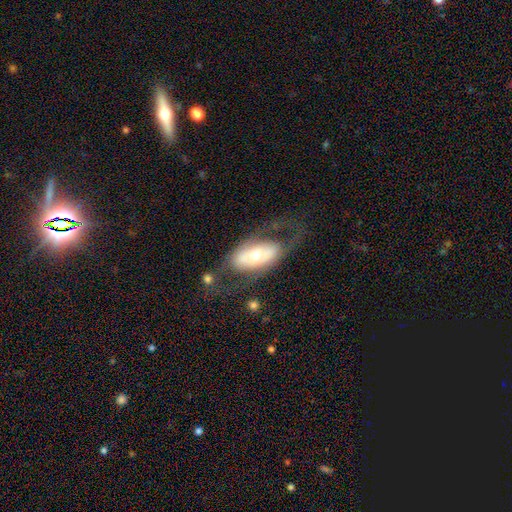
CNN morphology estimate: smooth-or-featured: featured or disk: 56% | smooth: 39% | star or artifact: 6%
  disk-edge-on: no: 86% | yes: 14%
  merging: none: 51% | major disturbance: 26% | minor disturbance: 18% | merger: 4%